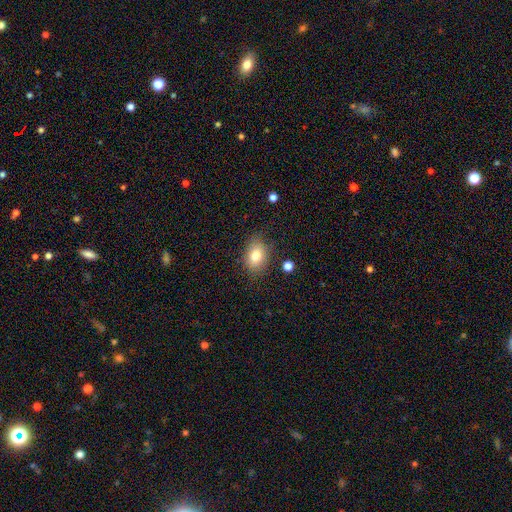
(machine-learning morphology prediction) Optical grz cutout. It shows a smooth galaxy with no disk features (80%) that is in between round and cigar-shaped (78%). Merging: none (80%).